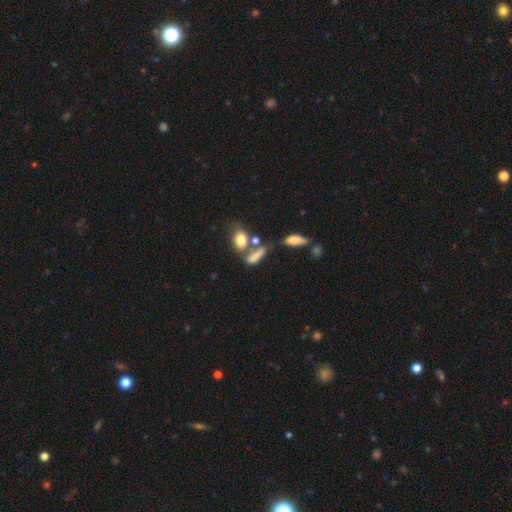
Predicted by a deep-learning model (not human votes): This is likely a smooth galaxy (74%). How rounded: likely in between (67%). Merging: marginally merger (40%).